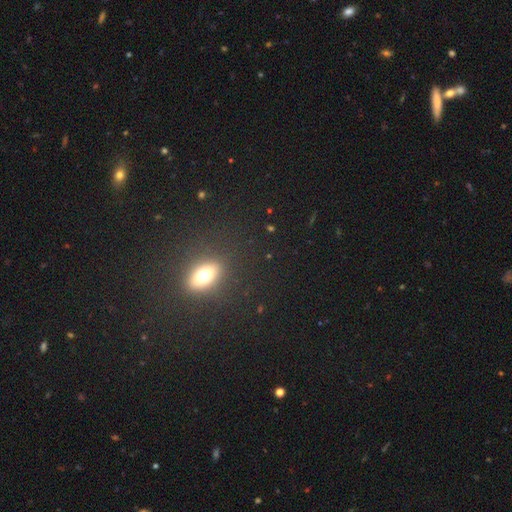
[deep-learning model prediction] The model was most divided on "how rounded": in between: 57%, round: 37%, cigar-shaped: 6%. More confident: merging — none (91%); smooth or featured — smooth (55%).